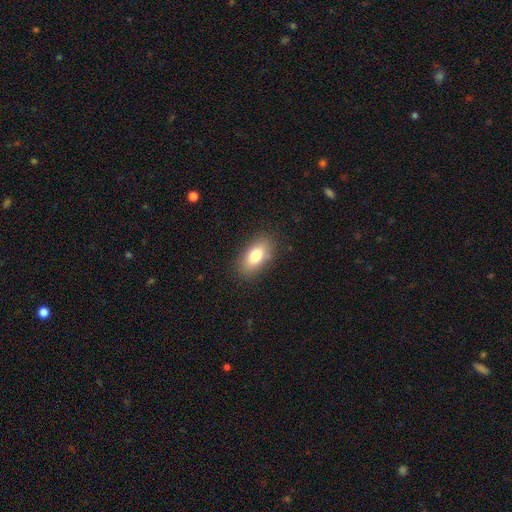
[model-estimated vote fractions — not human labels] Smooth or featured? smooth (80%)
How rounded? in between (90%)
Merging? none (85%)